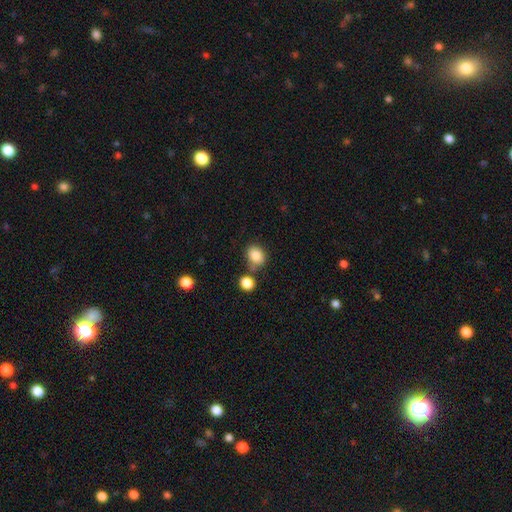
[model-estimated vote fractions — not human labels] Smooth or featured: smooth — 83% (star or artifact — 10%)
How rounded: round — 59% (in between — 40%)
Merging: none — 68% (minor disturbance — 15%)